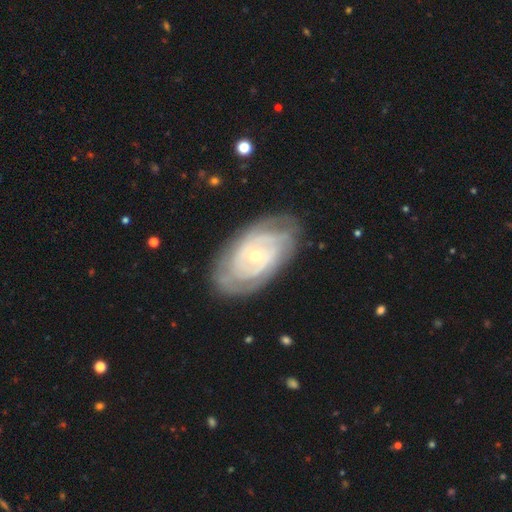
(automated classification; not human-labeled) smooth-or-featured: featured or disk: 81% | smooth: 13% | star or artifact: 5%
  disk-edge-on: no: 95% | yes: 5%
    bar: no: 64% | weak: 28% | strong: 8%
    has-spiral-arms: yes: 88% | no: 12%
      spiral-winding: tight: 72% | medium: 22% | loose: 6%
      spiral-arm-count: can't tell: 43% | 2: 28% | 3: 13% | 4: 7% | more than 4: 5% | 1: 5%
    bulge-size: small: 70% | moderate: 27% | large: 1% | none: 1% | dominant: 1%
  merging: none: 77% | minor disturbance: 17% | major disturbance: 5% | merger: 1%